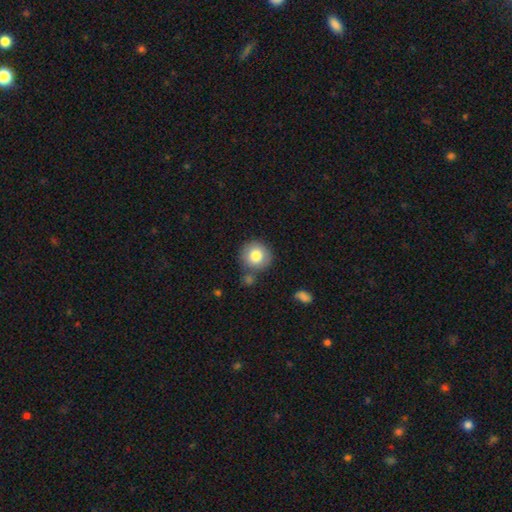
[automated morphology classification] smooth-or-featured: smooth: 80% | featured or disk: 12% | star or artifact: 8%
  how-rounded: round: 91% | in between: 8% | cigar-shaped: 1%
  merging: none: 73% | minor disturbance: 13% | merger: 10% | major disturbance: 4%